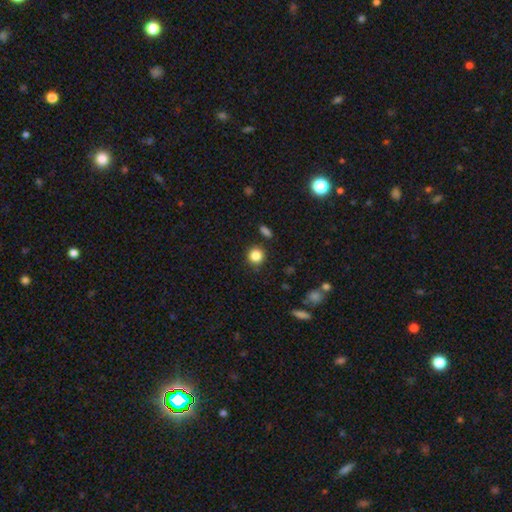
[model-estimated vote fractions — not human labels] Smooth or featured? smooth (84%)
How rounded? round (92%)
Merging? none (88%)